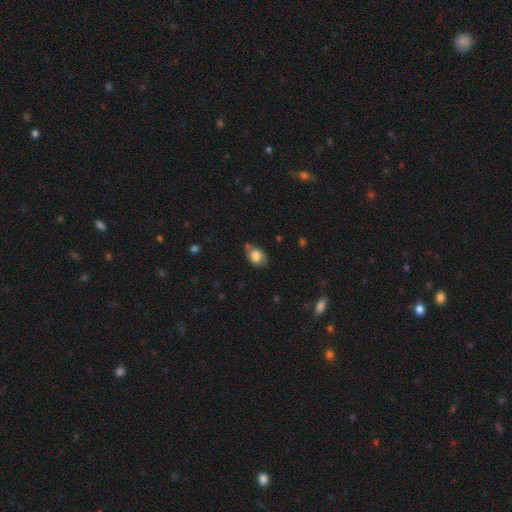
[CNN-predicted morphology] This is likely a smooth galaxy (79%). How rounded: likely in between (78%). Merging: likely none (62%).